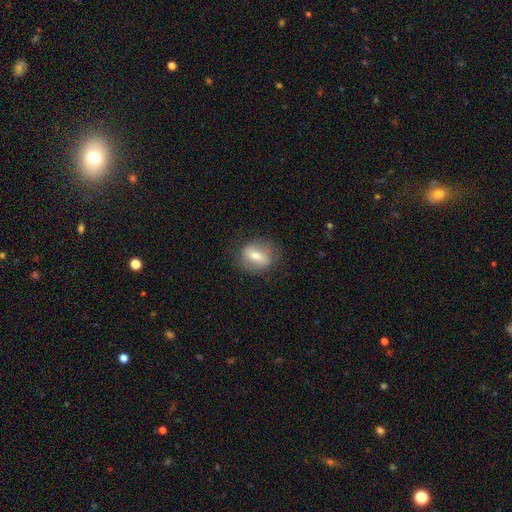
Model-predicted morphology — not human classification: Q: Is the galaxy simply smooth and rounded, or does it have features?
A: smooth — 49%.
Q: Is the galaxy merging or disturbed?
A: none — 81%.